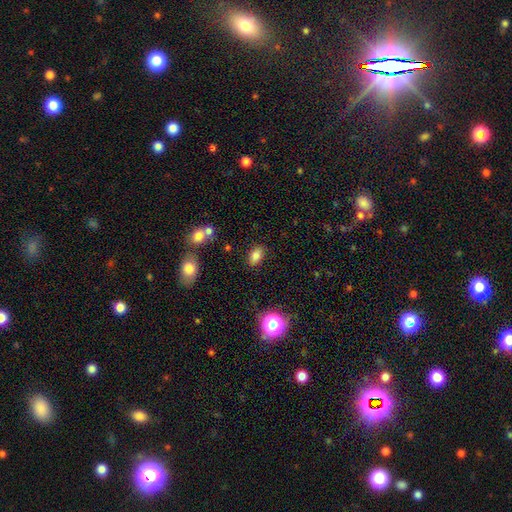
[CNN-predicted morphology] smooth_or_featured: smooth (p=0.81) [alt: star or artifact p=0.12]
how_rounded: in between (p=0.86) [alt: round p=0.11]
merging: none (p=0.83) [alt: minor disturbance p=0.11]